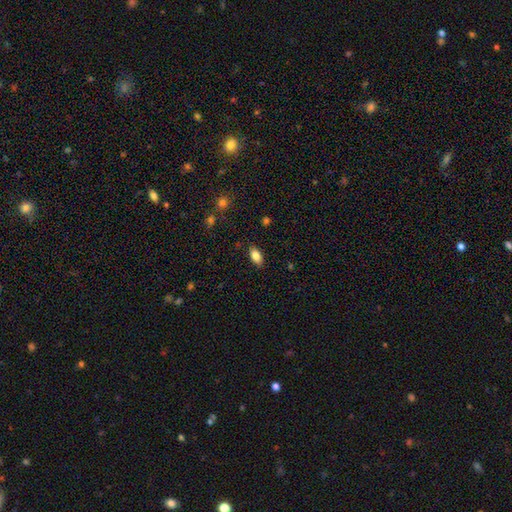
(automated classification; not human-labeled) smooth_or_featured: smooth (p=0.83) [alt: featured or disk p=0.09]
how_rounded: in between (p=0.90) [alt: cigar-shaped p=0.05]
merging: none (p=0.86) [alt: minor disturbance p=0.10]